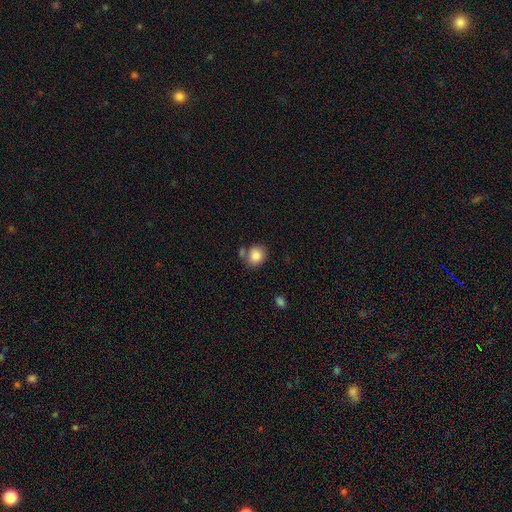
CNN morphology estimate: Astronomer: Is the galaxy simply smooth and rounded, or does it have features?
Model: smooth — 84%.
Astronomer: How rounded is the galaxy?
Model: round — 72%.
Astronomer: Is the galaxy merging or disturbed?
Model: none — 66%.